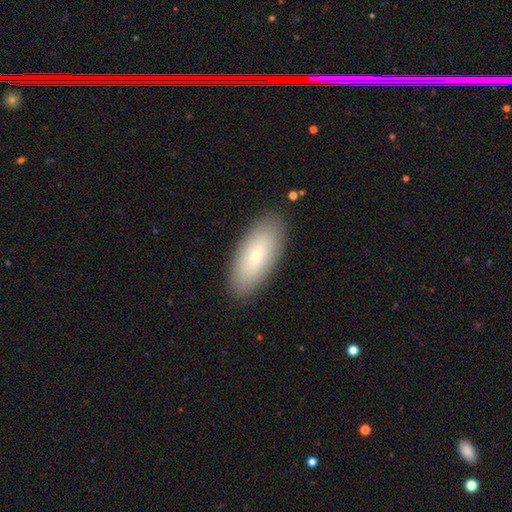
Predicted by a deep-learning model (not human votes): Overall: smooth (69%). How rounded: in between (86%). Merging: none (89%).